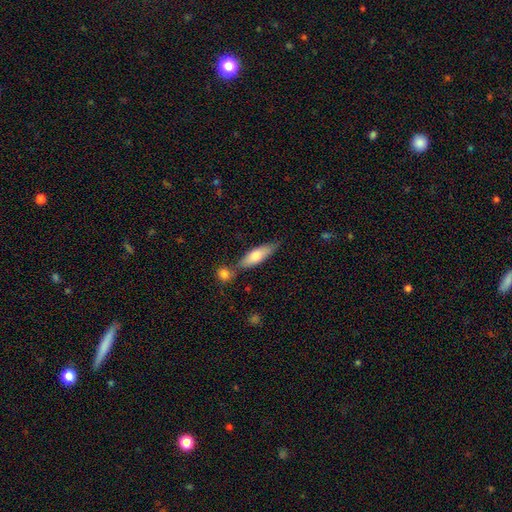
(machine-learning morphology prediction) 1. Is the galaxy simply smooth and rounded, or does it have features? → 69% smooth, 25% featured or disk, 6% star or artifact.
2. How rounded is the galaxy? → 49% cigar-shaped, 48% in between, 2% round.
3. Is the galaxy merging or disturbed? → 60% none, 20% merger, 15% minor disturbance, 4% major disturbance.